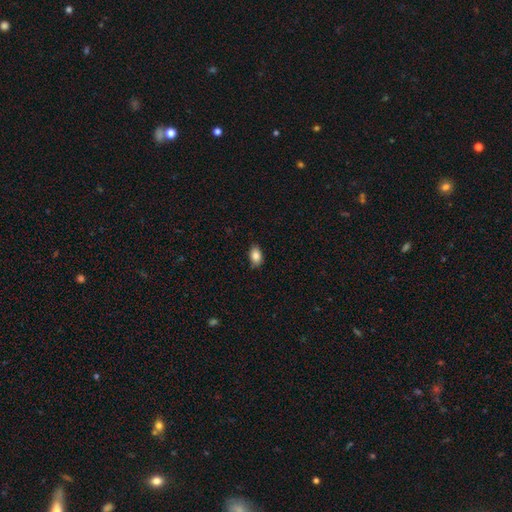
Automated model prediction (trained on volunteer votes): This is clearly a smooth galaxy (85%). How rounded: clearly in between (89%). Merging: clearly none (82%).